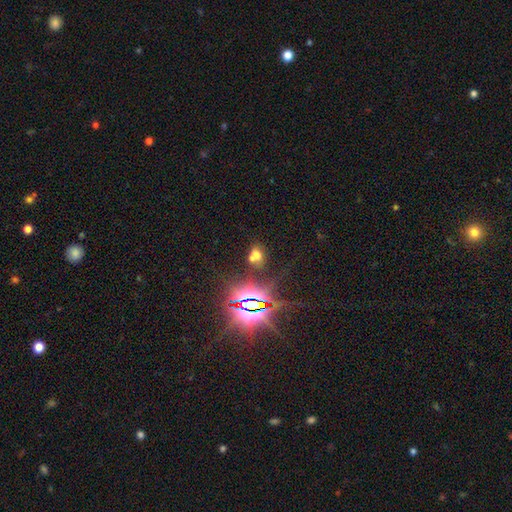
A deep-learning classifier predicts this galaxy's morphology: This appears to be a smooth galaxy with no disk features (49%). Merging: merger (42%, tied with none).